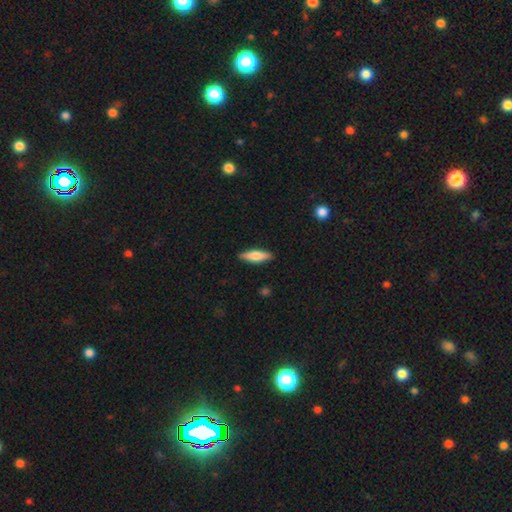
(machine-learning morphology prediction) This appears to be a smooth galaxy with no disk features (58%) that is cigar-shaped (66%). Merging: none (89%).